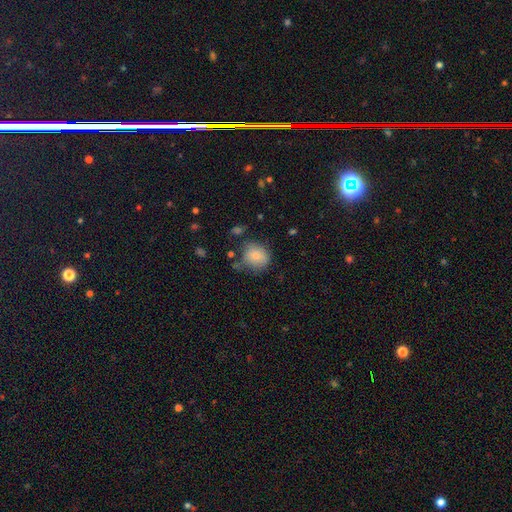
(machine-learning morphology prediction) Smooth or featured? smooth (80%)
How rounded? round (74%)
Merging? none (62%)